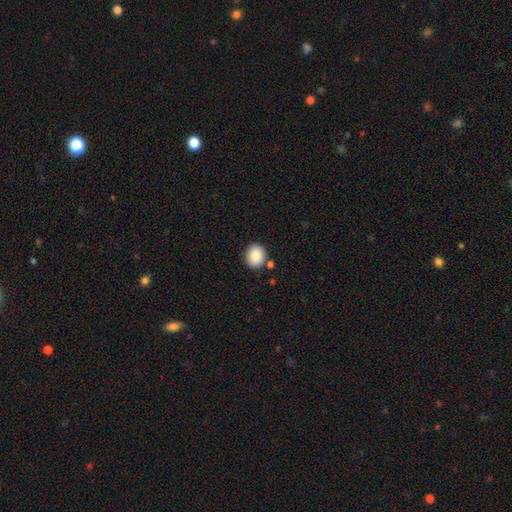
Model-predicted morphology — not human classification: This appears to be a smooth galaxy with no disk features (87%) that is round (68%). Merging: none (83%).